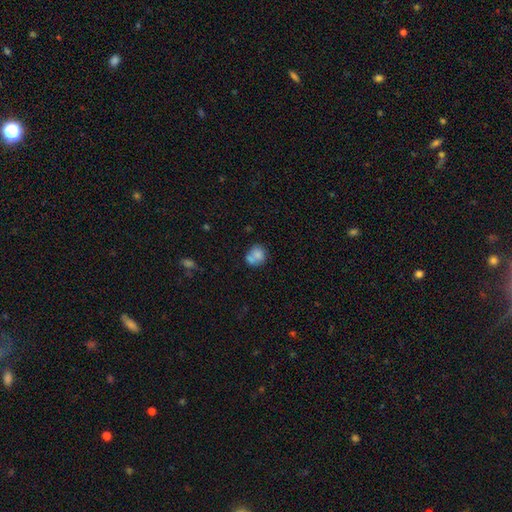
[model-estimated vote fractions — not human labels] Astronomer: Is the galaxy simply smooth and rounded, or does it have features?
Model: smooth — 76%.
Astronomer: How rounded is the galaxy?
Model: round — 68%.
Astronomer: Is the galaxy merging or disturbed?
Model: merger — 43% (runner-up: none, 37%).